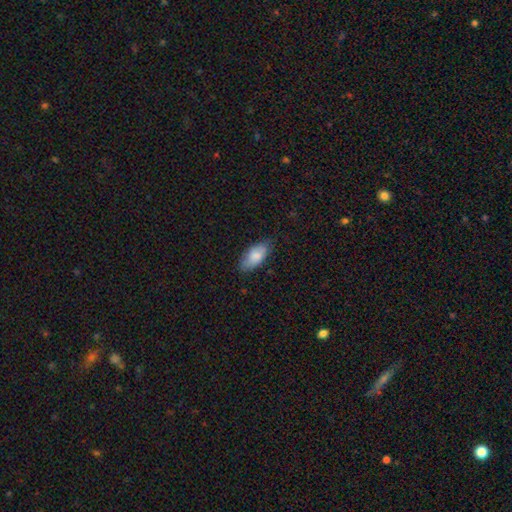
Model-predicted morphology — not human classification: Overall: smooth (81%). How rounded: in between (90%). Merging: none (76%).